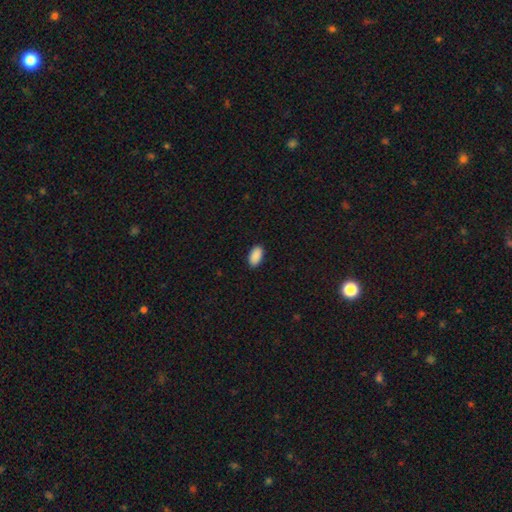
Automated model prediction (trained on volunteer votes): Smooth or featured? smooth (91%)
How rounded? in between (94%)
Merging? none (89%)